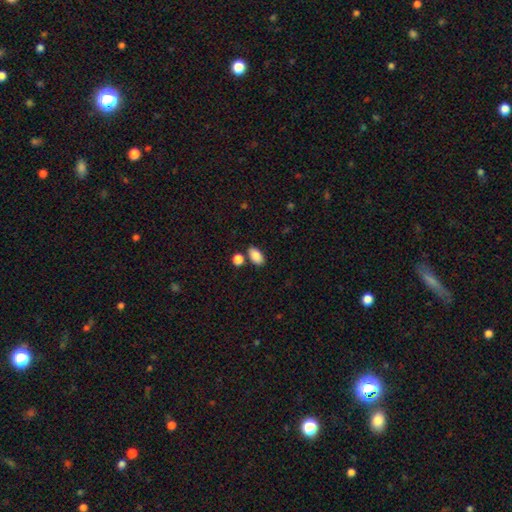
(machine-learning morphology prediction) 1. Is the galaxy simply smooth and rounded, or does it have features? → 86% smooth, 8% star or artifact, 7% featured or disk.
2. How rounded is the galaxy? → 92% in between, 6% round, 2% cigar-shaped.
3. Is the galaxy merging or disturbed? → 74% none, 12% merger, 11% minor disturbance, 3% major disturbance.